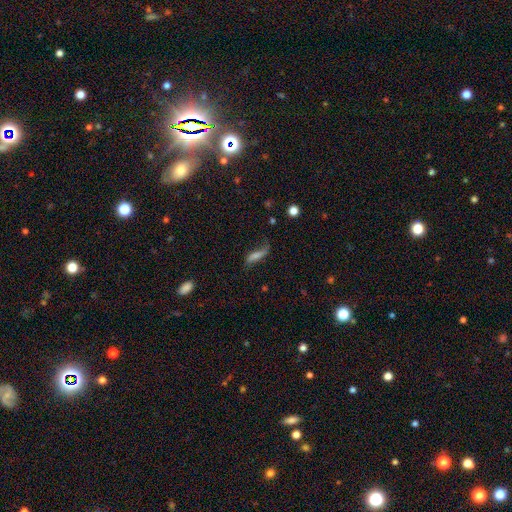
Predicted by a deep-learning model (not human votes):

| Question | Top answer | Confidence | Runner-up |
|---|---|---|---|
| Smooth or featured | featured or disk | 45% | smooth (43%) |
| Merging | none | 50% | minor disturbance (26%) |